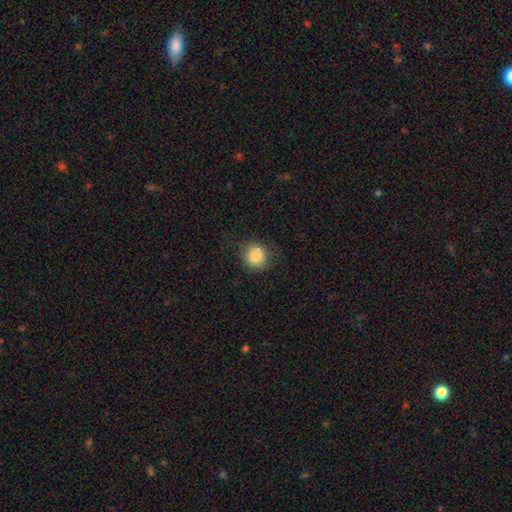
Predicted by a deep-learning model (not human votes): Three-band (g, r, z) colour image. It shows a smooth galaxy with no disk features (85%) that is round (83%). Merging: none (78%).